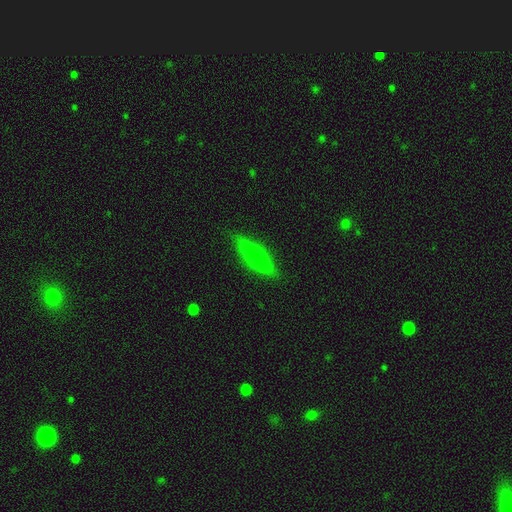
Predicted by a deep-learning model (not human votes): A smooth galaxy with no disk features (73%) that is cigar-shaped (83%). Merging: none (85%).